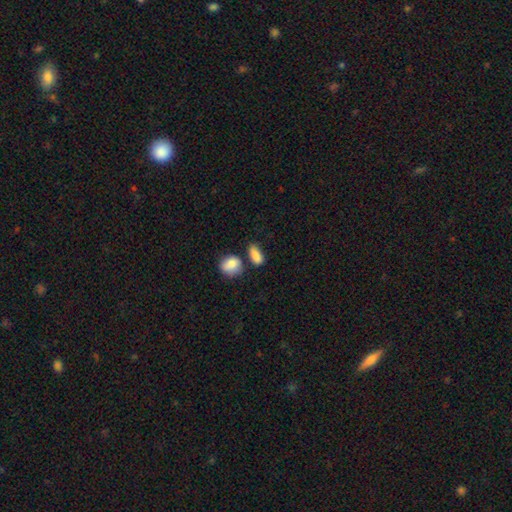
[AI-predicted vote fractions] Smooth or featured? Predicted: smooth (p=0.86). How rounded? Predicted: in between (p=0.81). Merging? Predicted: none (p=0.57).